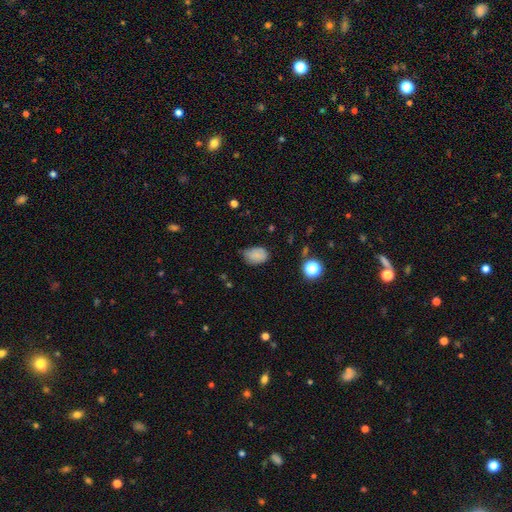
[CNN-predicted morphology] This is likely a smooth galaxy (80%). How rounded: likely in between (79%). Merging: possibly none (58%).